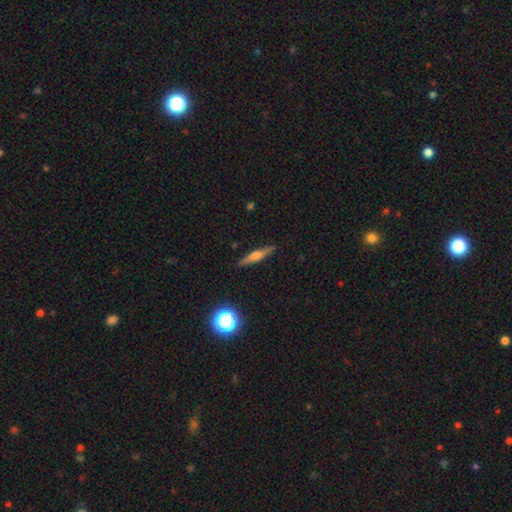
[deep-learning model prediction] smooth-or-featured: featured or disk: 59% | smooth: 33% | star or artifact: 8%
  disk-edge-on: yes: 97% | no: 3%
    edge-on-bulge: rounded: 79% | boxy: 13% | none: 8%
  merging: none: 90% | minor disturbance: 7% | major disturbance: 2% | merger: 1%